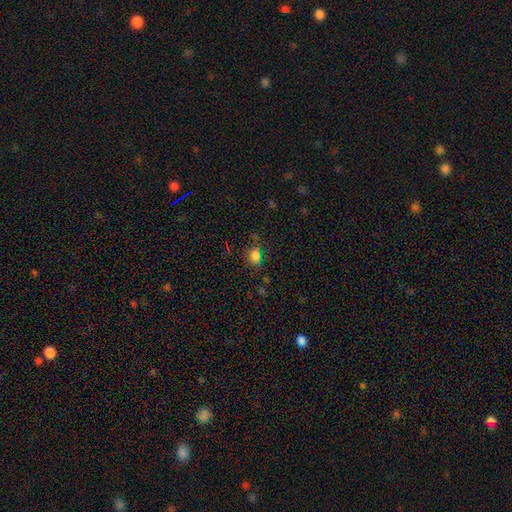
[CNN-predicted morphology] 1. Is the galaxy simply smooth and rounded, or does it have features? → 72% smooth, 22% star or artifact, 6% featured or disk.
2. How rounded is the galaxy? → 49% round, 48% in between, 2% cigar-shaped.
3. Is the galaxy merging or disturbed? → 72% none, 18% minor disturbance, 7% major disturbance, 3% merger.